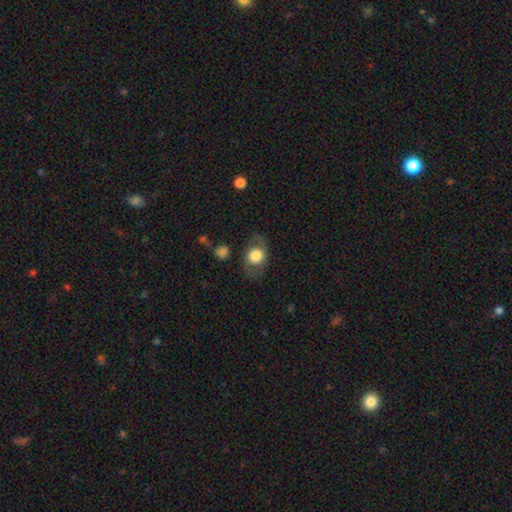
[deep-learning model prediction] This is likely a smooth galaxy (61%). How rounded: possibly in between (52%). Merging: likely none (73%).